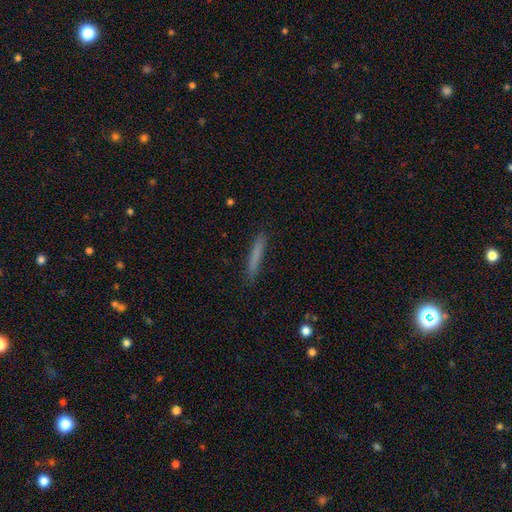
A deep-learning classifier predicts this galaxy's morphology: Smooth or featured: smooth — 75% (featured or disk — 17%)
How rounded: cigar-shaped — 96% (in between — 3%)
Merging: none — 89% (minor disturbance — 8%)